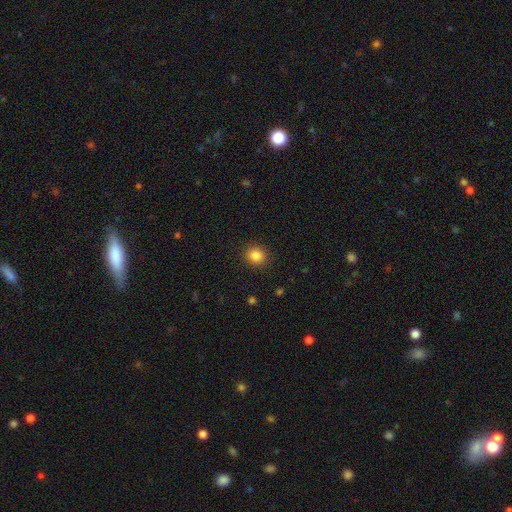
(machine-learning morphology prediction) Smooth or featured: smooth — 85% (star or artifact — 11%)
How rounded: round — 81% (in between — 18%)
Merging: none — 90% (minor disturbance — 7%)